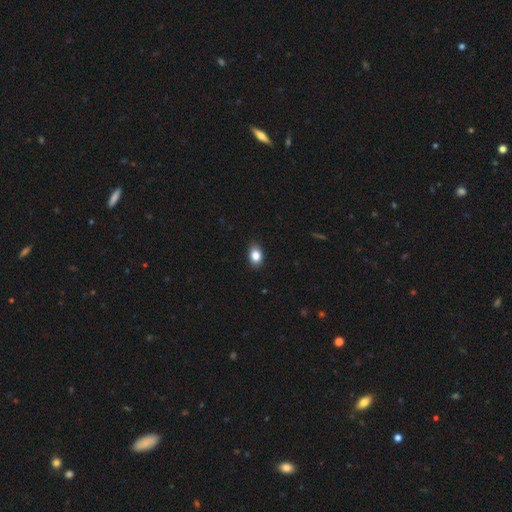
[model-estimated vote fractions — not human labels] This is clearly a smooth galaxy (85%). How rounded: likely in between (74%). Merging: clearly none (84%).